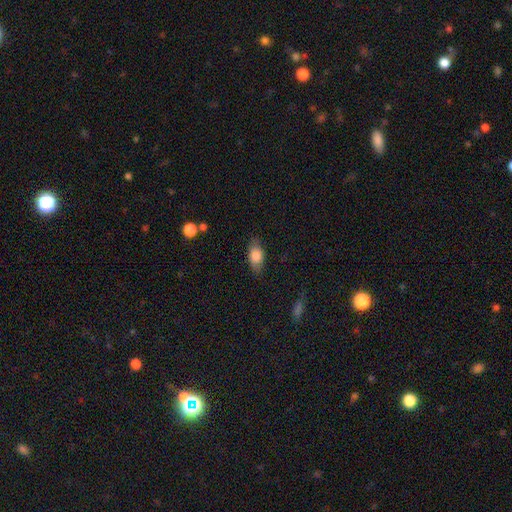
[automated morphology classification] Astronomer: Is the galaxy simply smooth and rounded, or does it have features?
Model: smooth — 80%.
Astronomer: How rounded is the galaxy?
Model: in between — 86%.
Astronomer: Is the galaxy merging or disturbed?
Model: none — 78%.